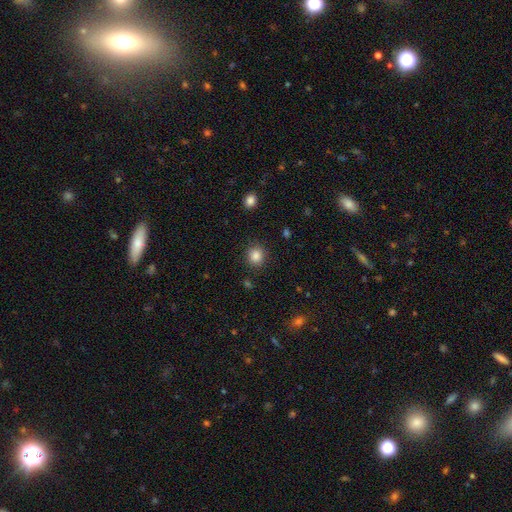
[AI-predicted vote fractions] Morphology: type=smooth (86%); roundness=round (86%); merging=none (88%).